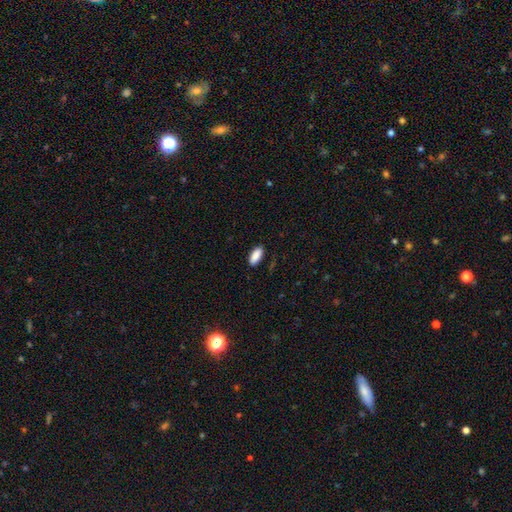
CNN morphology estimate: Overall: smooth (89%). How rounded: in between (84%). Merging: none (87%).